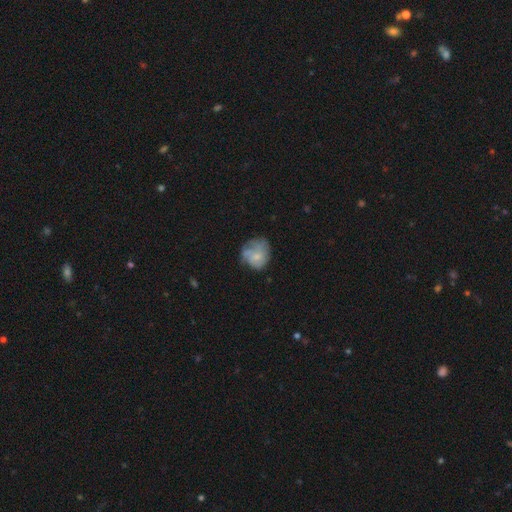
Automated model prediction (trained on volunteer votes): This is possibly a featured or disk galaxy (47%). Merging: possibly none (49%).